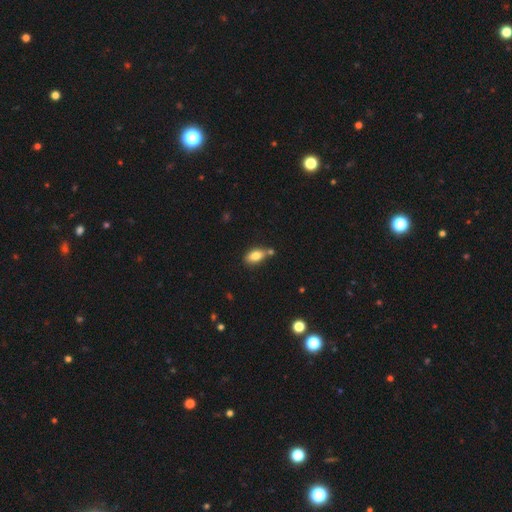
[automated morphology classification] The model was most divided on "merging": none: 63%, merger: 17%, minor disturbance: 16%, major disturbance: 4%. More confident: how rounded — in between (89%); smooth or featured — smooth (81%).